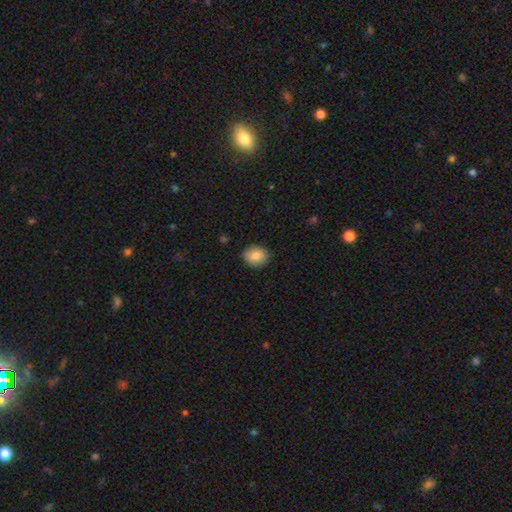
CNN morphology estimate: Overall: smooth (84%). How rounded: round (67%; in between 32%). Merging: none (87%).